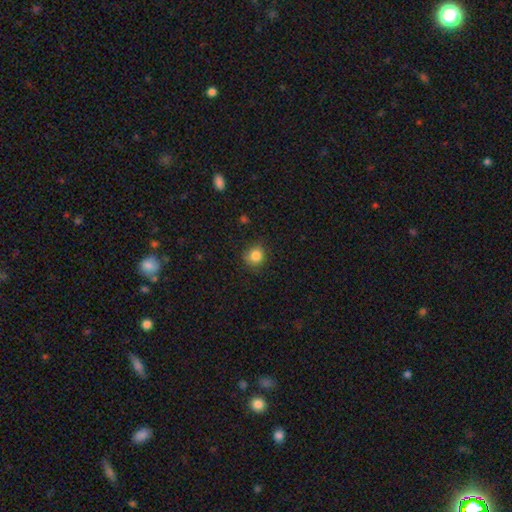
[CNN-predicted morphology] Smooth or featured? Predicted: smooth (p=0.84). How rounded? Predicted: round (p=0.88). Merging? Predicted: none (p=0.83).